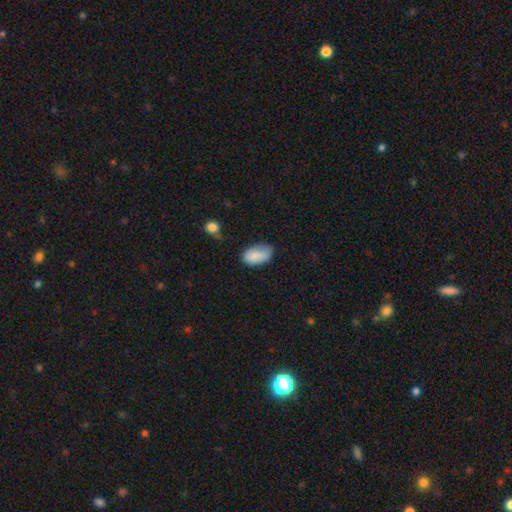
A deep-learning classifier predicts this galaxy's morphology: smooth_or_featured: smooth (p=0.86) [alt: star or artifact p=0.08]
how_rounded: in between (p=0.94) [alt: round p=0.04]
merging: none (p=0.57) [alt: minor disturbance p=0.31]